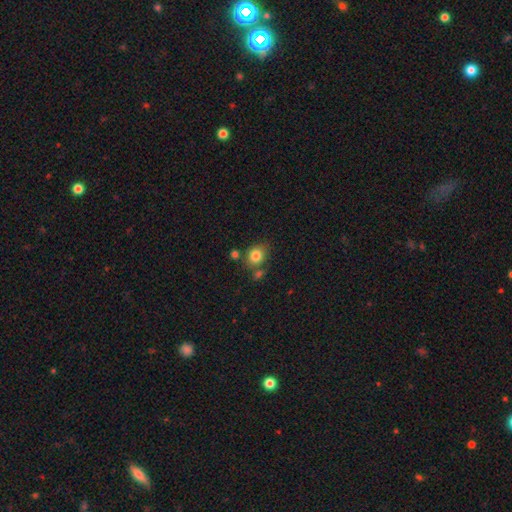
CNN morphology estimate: A smooth galaxy with no disk features (82%) that is round (67%). Merging: none (68%).